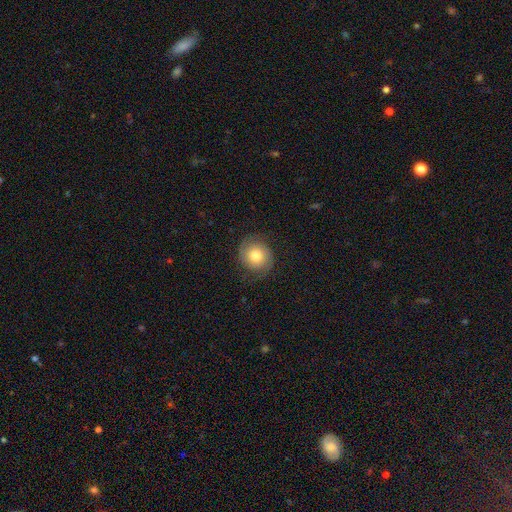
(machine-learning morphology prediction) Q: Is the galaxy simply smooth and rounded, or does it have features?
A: featured or disk — 52%.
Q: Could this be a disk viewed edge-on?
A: no — 97%.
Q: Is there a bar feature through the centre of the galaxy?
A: no — 80%.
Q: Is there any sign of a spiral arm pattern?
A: yes — 89%.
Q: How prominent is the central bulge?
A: moderate — 60%.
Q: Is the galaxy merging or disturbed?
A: none — 77%.